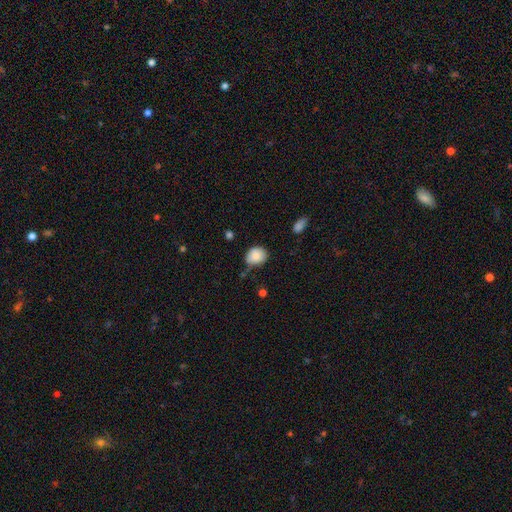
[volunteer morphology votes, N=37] Smooth or featured?
  - smooth: 100% *
  - featured or disk: 0%
  - star or artifact: 0%
How rounded?
  - round: 70% *
  - in between: 30%
  - cigar-shaped: 0%
Merging?
  - none: 65% *
  - minor disturbance: 22%
  - major disturbance: 8%
  - merger: 5%